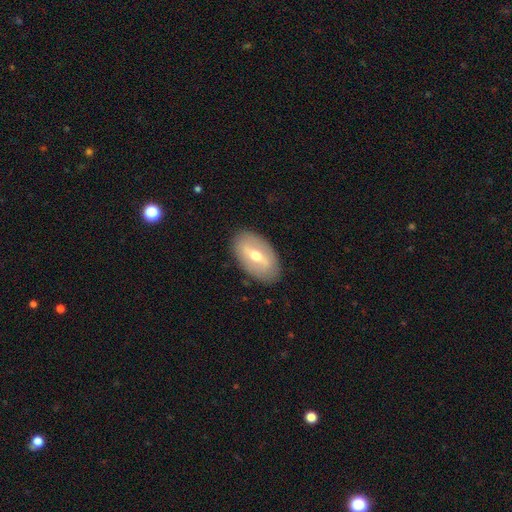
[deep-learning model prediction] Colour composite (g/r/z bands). It shows a featured or disk galaxy (56%). Merging: none (86%).